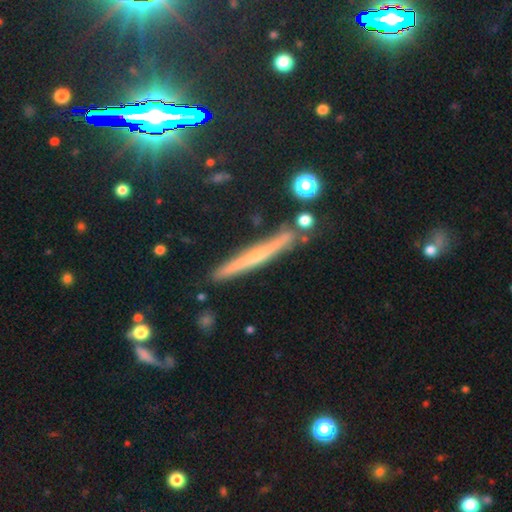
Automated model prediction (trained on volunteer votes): A featured or disk galaxy (56%) viewed edge-on (95%) with a rounded central bulge (48%). Merging: none (84%).